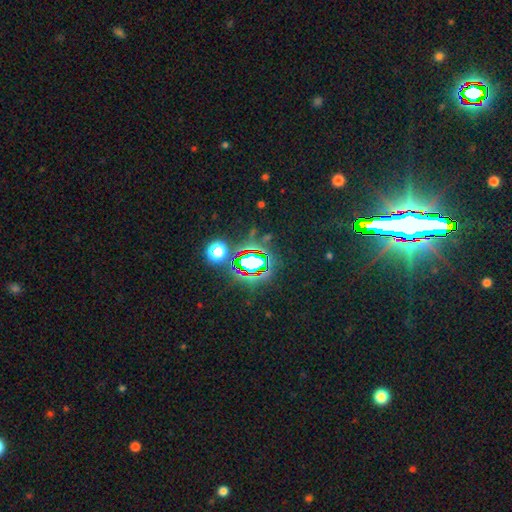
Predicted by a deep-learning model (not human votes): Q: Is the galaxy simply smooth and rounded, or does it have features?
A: star or artifact — 83%.